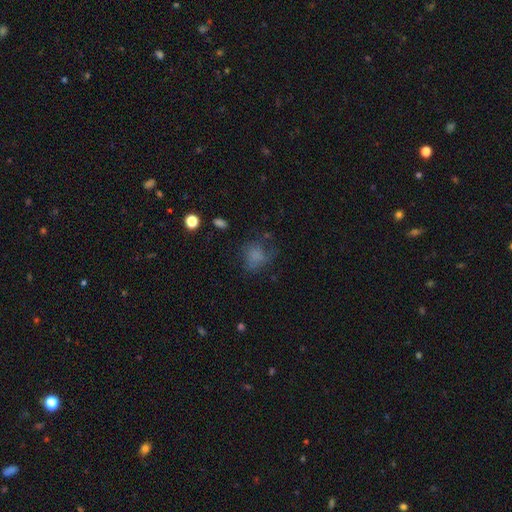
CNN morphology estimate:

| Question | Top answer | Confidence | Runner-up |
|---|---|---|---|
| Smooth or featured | smooth | 67% | featured or disk (18%) |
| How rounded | round | 61% | in between (38%) |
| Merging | none | 48% | minor disturbance (25%) |